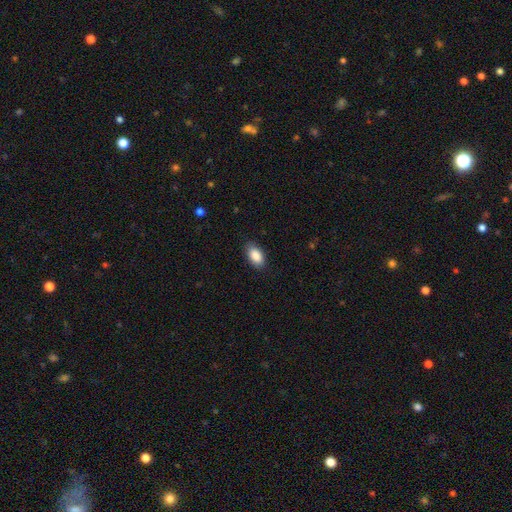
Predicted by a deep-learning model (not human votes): Smooth or featured? smooth (89%)
How rounded? in between (94%)
Merging? none (86%)